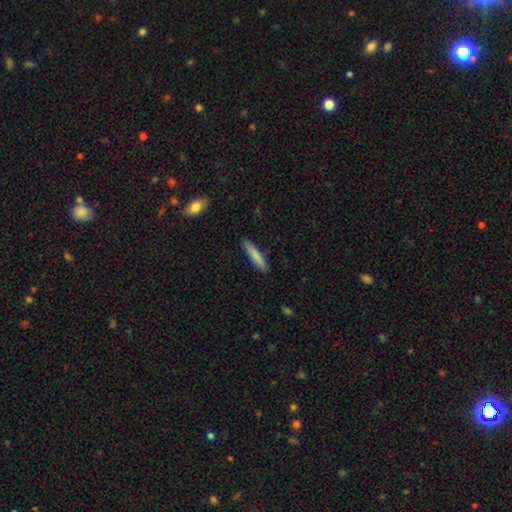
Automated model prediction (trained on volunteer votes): smooth_or_featured: smooth (p=0.82) [alt: featured or disk p=0.12]
how_rounded: cigar-shaped (p=0.87) [alt: in between p=0.12]
merging: none (p=0.89) [alt: minor disturbance p=0.08]